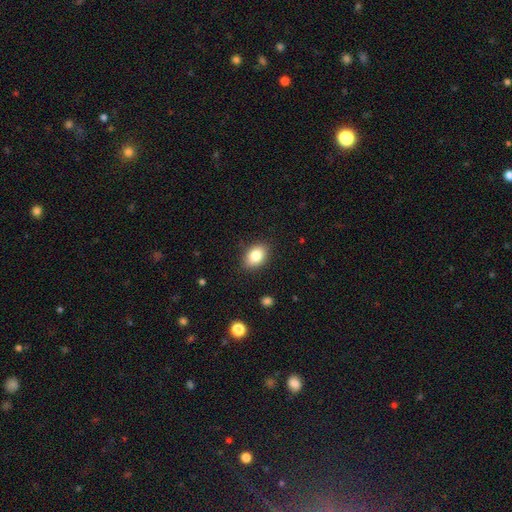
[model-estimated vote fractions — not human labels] smooth-or-featured: smooth: 83% | featured or disk: 9% | star or artifact: 8%
  how-rounded: in between: 78% | round: 21% | cigar-shaped: 1%
  merging: none: 87% | minor disturbance: 10% | major disturbance: 2% | merger: 1%